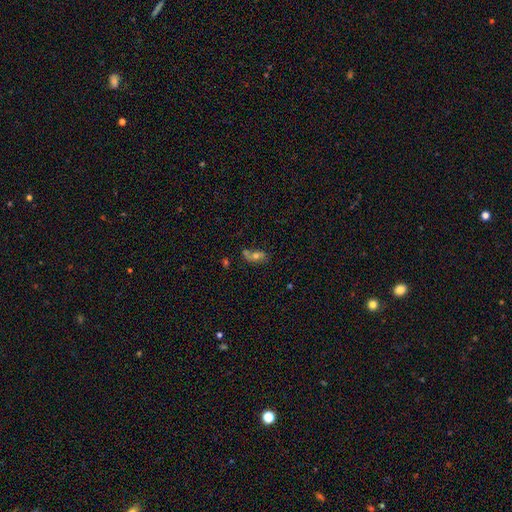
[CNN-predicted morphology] smooth-or-featured: smooth: 49% | featured or disk: 35% | star or artifact: 16%
  merging: none: 45% | merger: 25% | minor disturbance: 19% | major disturbance: 11%